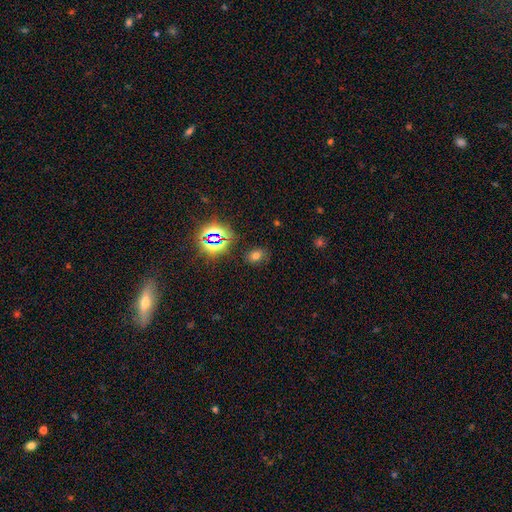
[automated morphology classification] smooth 64%, star or artifact 28%, featured or disk 8%. Down the decision tree: how rounded — in between (65%); merging — none (80%).